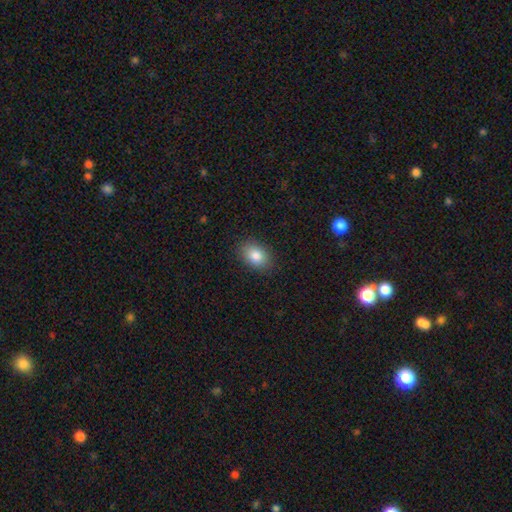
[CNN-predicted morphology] A smooth galaxy with no disk features (85%) that is in between round and cigar-shaped (83%).

Vote fractions:
- Smooth or featured? smooth: 85% / star or artifact: 8% / featured or disk: 7%
- How rounded? in between: 83% / round: 16% / cigar-shaped: 1%
- Merging? none: 87% / minor disturbance: 9% / major disturbance: 2% / merger: 1%